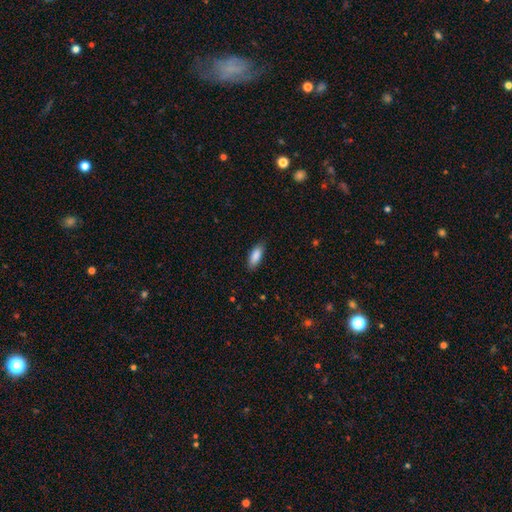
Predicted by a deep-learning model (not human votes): Smooth or featured? Predicted: smooth (p=0.88). How rounded? Predicted: in between (p=0.77). Merging? Predicted: none (p=0.83).